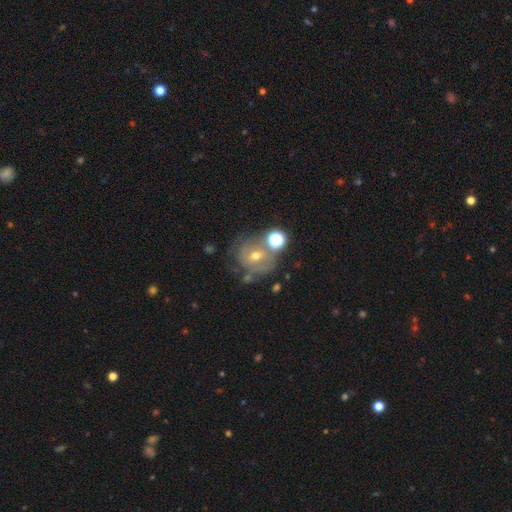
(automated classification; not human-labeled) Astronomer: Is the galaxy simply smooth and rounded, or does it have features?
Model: featured or disk — 47% (runner-up: smooth, 37%).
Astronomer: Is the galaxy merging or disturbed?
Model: none — 49%.